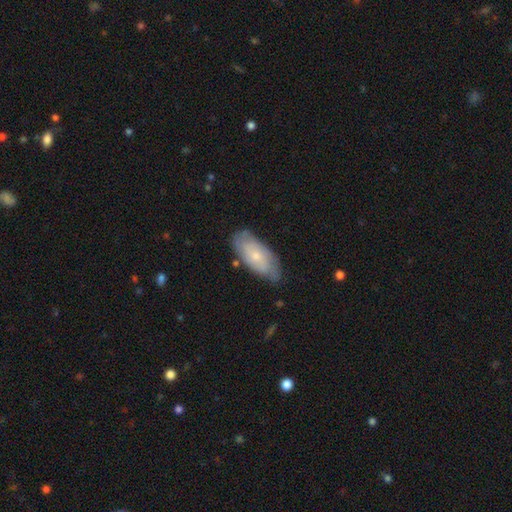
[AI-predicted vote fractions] A smooth galaxy with no disk features (54%) that is in between round and cigar-shaped (86%).

Vote fractions:
- Smooth or featured? smooth: 54% / featured or disk: 40% / star or artifact: 6%
- How rounded? in between: 86% / cigar-shaped: 12% / round: 2%
- Merging? none: 72% / minor disturbance: 22% / major disturbance: 4% / merger: 2%